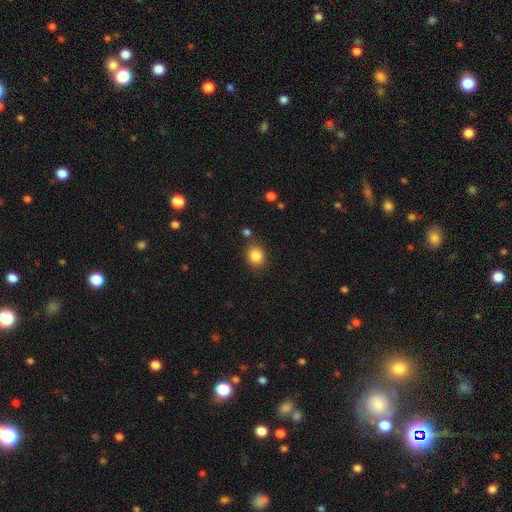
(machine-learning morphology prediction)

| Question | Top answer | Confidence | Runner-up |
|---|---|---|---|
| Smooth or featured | smooth | 85% | star or artifact (10%) |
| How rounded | round | 67% | in between (32%) |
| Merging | none | 80% | minor disturbance (11%) |